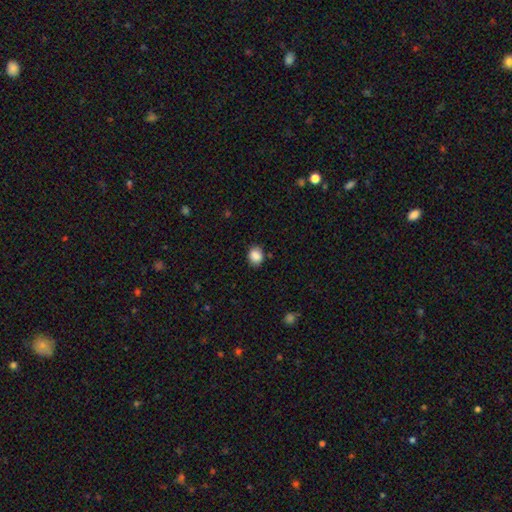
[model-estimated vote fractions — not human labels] Smooth or featured?
  - smooth: 87% *
  - star or artifact: 9%
  - featured or disk: 4%
How rounded?
  - round: 55% *
  - in between: 45%
  - cigar-shaped: 1%
Merging?
  - none: 82% *
  - minor disturbance: 13%
  - major disturbance: 3%
  - merger: 2%